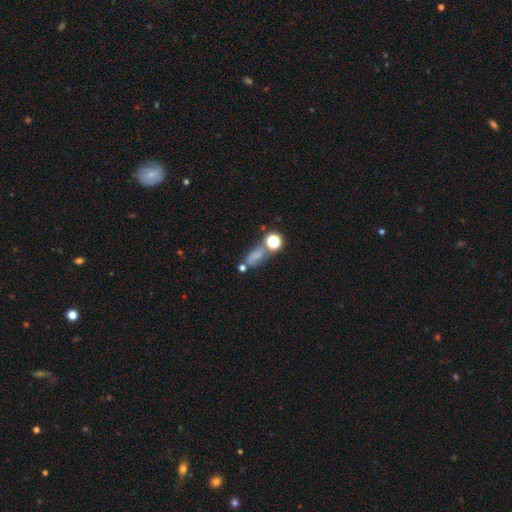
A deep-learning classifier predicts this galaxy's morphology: Q: Smooth or featured?
A: smooth (61%); runner-up: star or artifact (21%)
Q: How rounded?
A: in between (62%); runner-up: round (22%)
Q: Merging?
A: none (42%); runner-up: merger (26%)